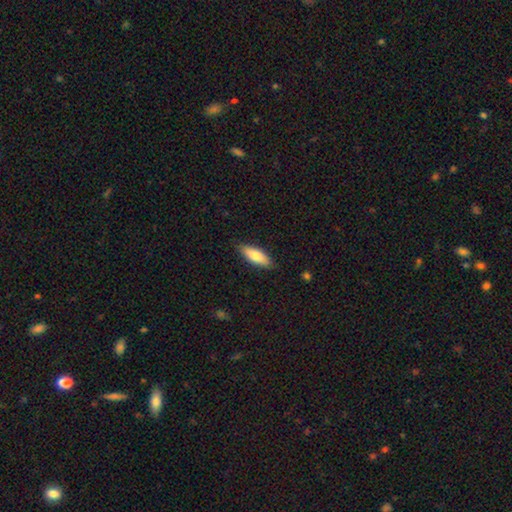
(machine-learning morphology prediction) Smooth or featured? Predicted: smooth (p=0.75). How rounded? Predicted: in between (p=0.65). Merging? Predicted: none (p=0.86).